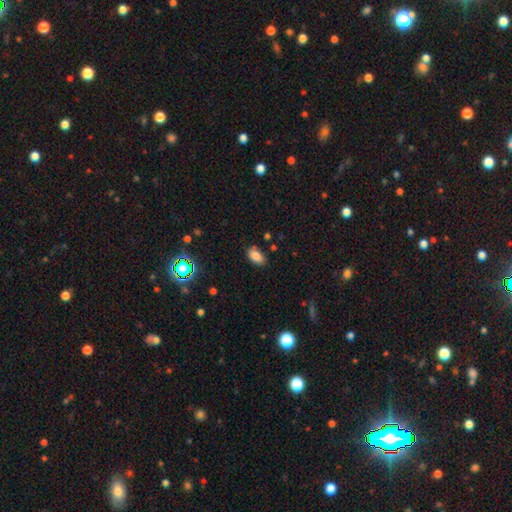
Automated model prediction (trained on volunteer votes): This is clearly a smooth galaxy (82%). How rounded: clearly in between (91%). Merging: clearly none (81%).